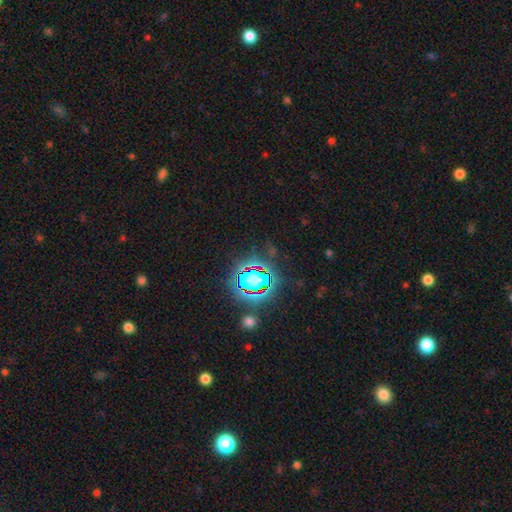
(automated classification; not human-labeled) smooth_or_featured: star or artifact (p=0.82) [alt: smooth p=0.11]